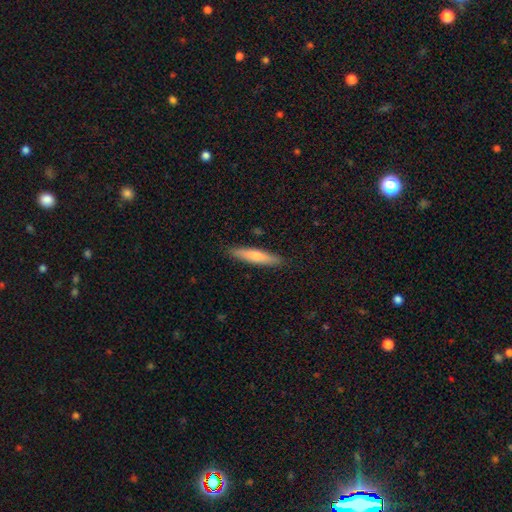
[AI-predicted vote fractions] smooth 70%, featured or disk 24%, star or artifact 6%. Down the decision tree: how rounded — cigar-shaped (84%); merging — none (89%).